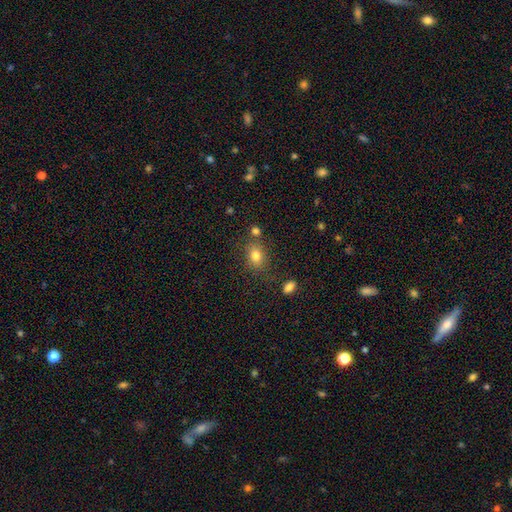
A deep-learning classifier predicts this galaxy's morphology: This is likely a smooth galaxy (80%). How rounded: likely in between (63%). Merging: likely none (72%).